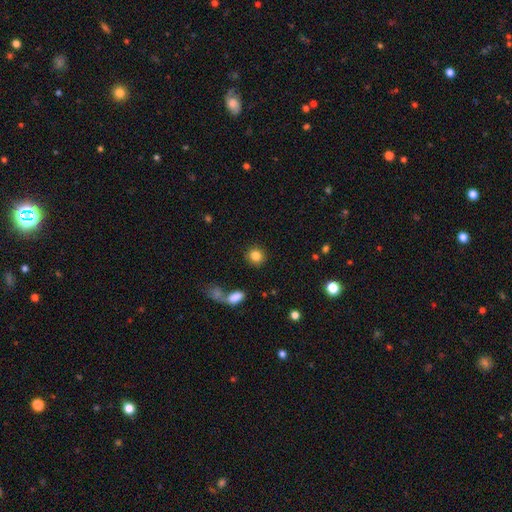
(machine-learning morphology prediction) Overall: smooth (84%). How rounded: round (87%). Merging: none (88%).